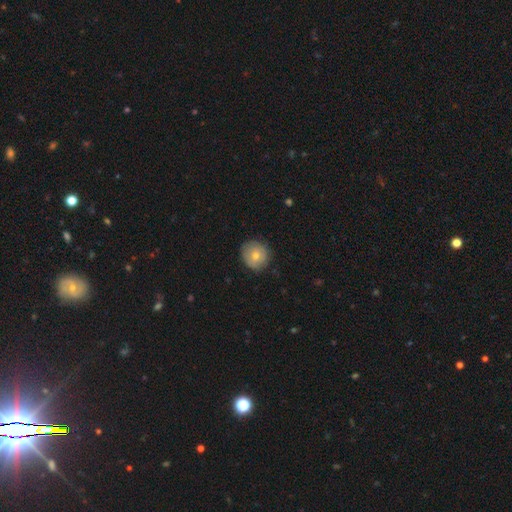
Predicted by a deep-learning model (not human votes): Q: Smooth or featured?
A: smooth (70%); runner-up: featured or disk (22%)
Q: How rounded?
A: round (89%); runner-up: in between (10%)
Q: Merging?
A: none (82%); runner-up: minor disturbance (14%)